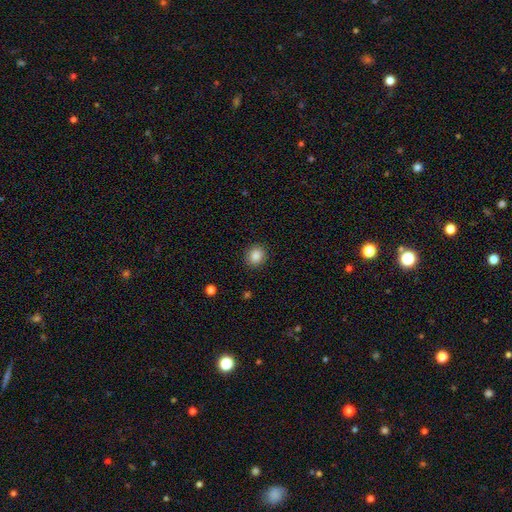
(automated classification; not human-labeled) Smooth or featured? Predicted: smooth (p=0.86). How rounded? Predicted: round (p=0.74). Merging? Predicted: none (p=0.89).